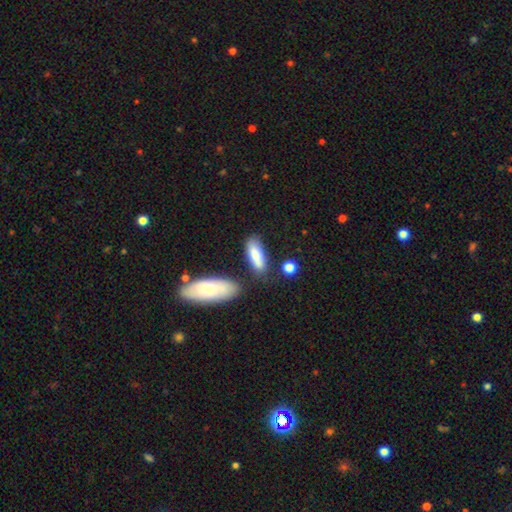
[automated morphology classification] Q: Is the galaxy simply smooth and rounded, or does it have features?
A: smooth — 79%.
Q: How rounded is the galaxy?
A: in between — 58%.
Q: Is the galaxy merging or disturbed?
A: none — 67%.